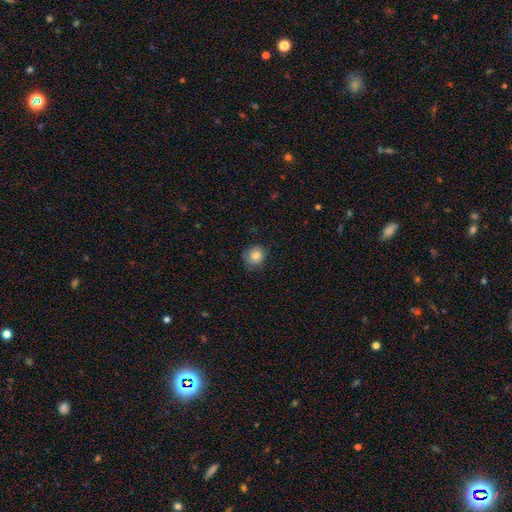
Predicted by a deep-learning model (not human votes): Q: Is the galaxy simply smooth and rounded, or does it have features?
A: smooth — 82%.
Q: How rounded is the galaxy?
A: round — 82%.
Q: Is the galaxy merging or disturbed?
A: none — 71%.